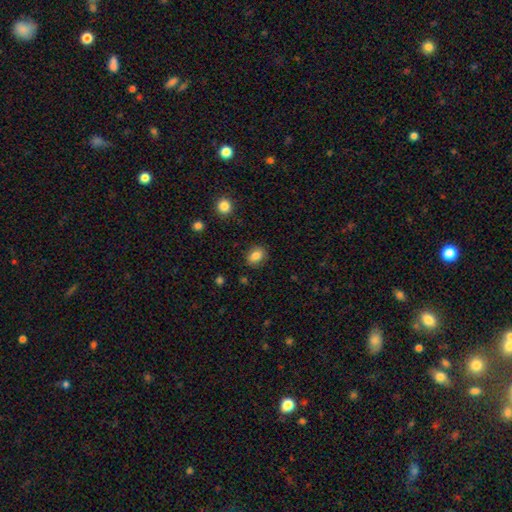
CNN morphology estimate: Smooth or featured? Predicted: smooth (p=0.84). How rounded? Predicted: in between (p=0.64). Merging? Predicted: none (p=0.87).